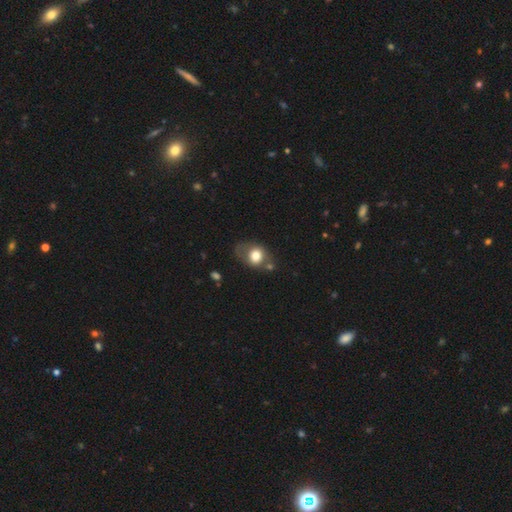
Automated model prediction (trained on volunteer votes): Q: Smooth or featured?
A: smooth (74%); runner-up: featured or disk (18%)
Q: How rounded?
A: round (51%); runner-up: in between (48%)
Q: Merging?
A: none (46%); runner-up: minor disturbance (25%)